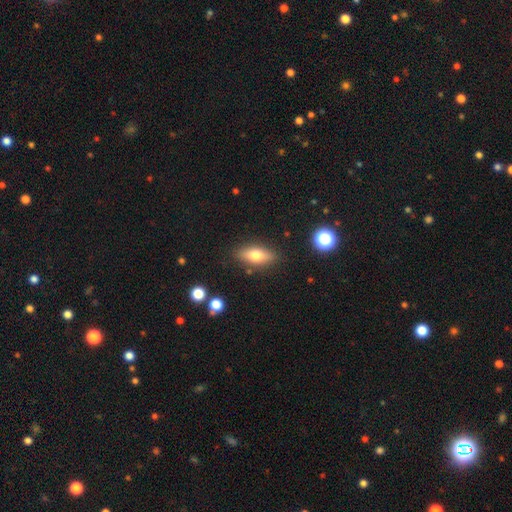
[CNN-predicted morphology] The model was most divided on "smooth or featured": smooth: 68%, featured or disk: 24%, star or artifact: 8%. More confident: merging — none (85%); how rounded — in between (75%).